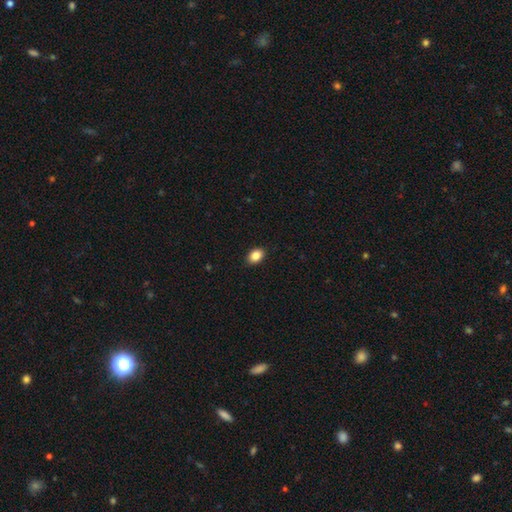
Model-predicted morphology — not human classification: Smooth or featured?
  - smooth: 86% *
  - star or artifact: 9%
  - featured or disk: 5%
How rounded?
  - in between: 77% *
  - round: 22%
  - cigar-shaped: 1%
Merging?
  - none: 89% *
  - minor disturbance: 8%
  - major disturbance: 2%
  - merger: 1%